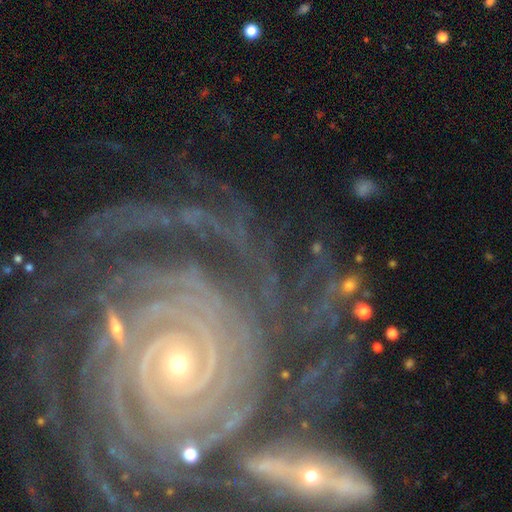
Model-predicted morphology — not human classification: type=featured or disk (88%); edge-on=no (97%); bar=no (61%); spiral arms=yes (98%); winding=tight (83%); arm count=more than 4 (20%); bulge=small (70%); merging=none (71%).